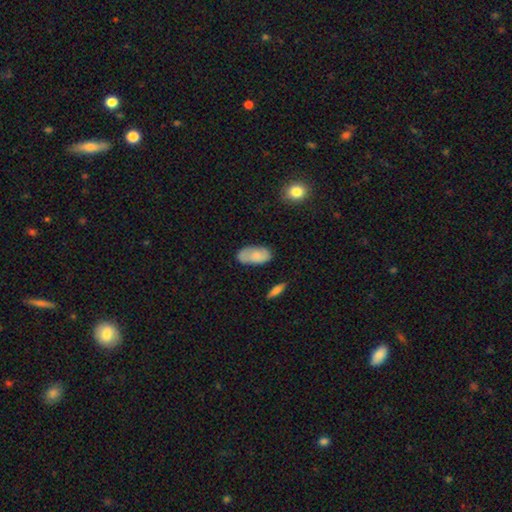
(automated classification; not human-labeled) The model was most divided on "merging": none: 73%, minor disturbance: 20%, major disturbance: 4%, merger: 3%. More confident: how rounded — in between (94%); smooth or featured — smooth (75%).